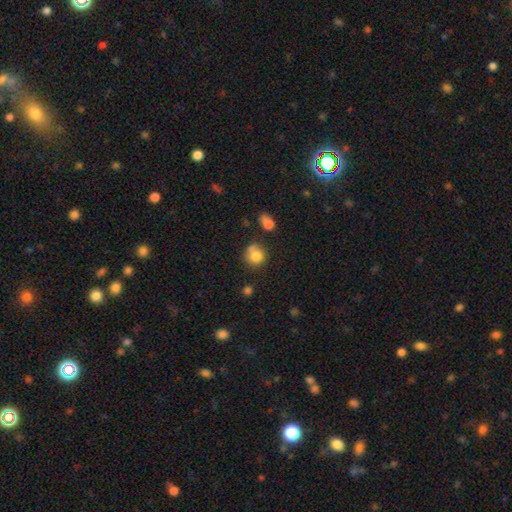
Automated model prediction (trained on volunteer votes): This appears to be a smooth galaxy with no disk features (80%) that is round (81%). Merging: none (55%).